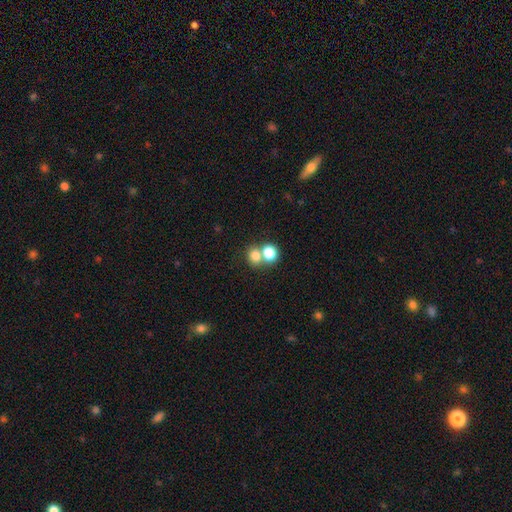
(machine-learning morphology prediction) type=smooth (77%); roundness=round (72%); merging=merger (53%).